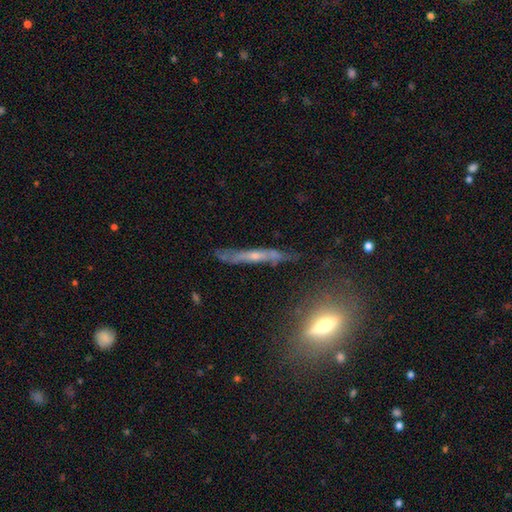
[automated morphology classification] Q: Smooth or featured?
A: featured or disk (63%); runner-up: smooth (26%)
Q: Edge-on disk?
A: yes (83%); runner-up: no (17%)
Q: Edge-on bulge?
A: rounded (51%); runner-up: none (41%)
Q: Merging?
A: none (70%); runner-up: minor disturbance (20%)